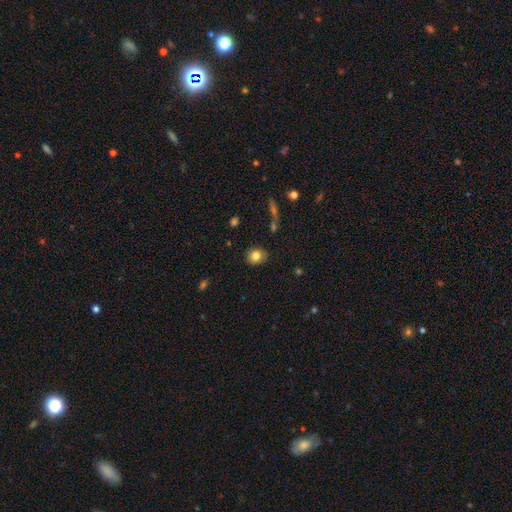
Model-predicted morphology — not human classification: This appears to be a smooth galaxy with no disk features (80%) that is round (66%). Merging: none (85%).